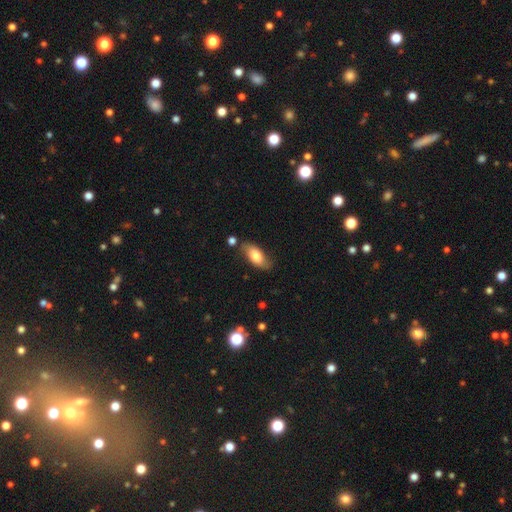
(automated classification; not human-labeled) The model was most divided on "smooth or featured": smooth: 70%, featured or disk: 23%, star or artifact: 7%. More confident: how rounded — in between (87%); merging — none (71%).